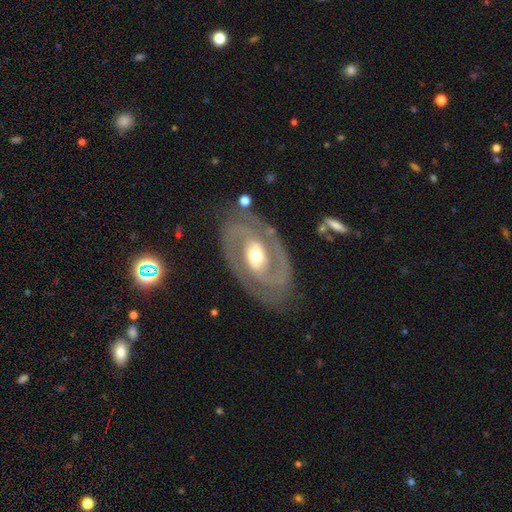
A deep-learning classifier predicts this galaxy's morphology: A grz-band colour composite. It shows a featured or disk galaxy (87%) with no bar (41%), 2 (87%) tight (49%) spiral arms (90%) and a moderate central bulge (68%). Merging: none (77%).